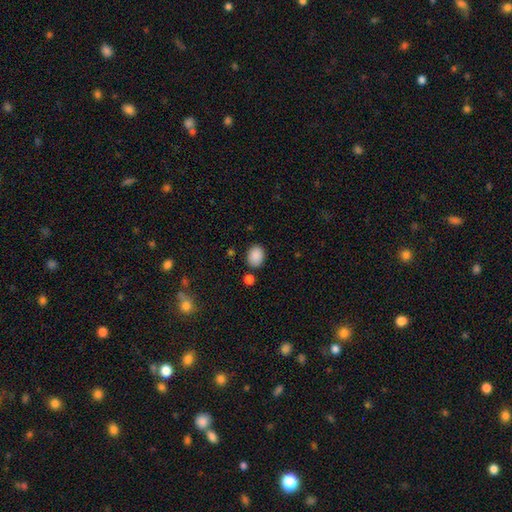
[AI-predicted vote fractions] A smooth galaxy with no disk features (88%) that is in between round and cigar-shaped (60%). Merging: none (81%).